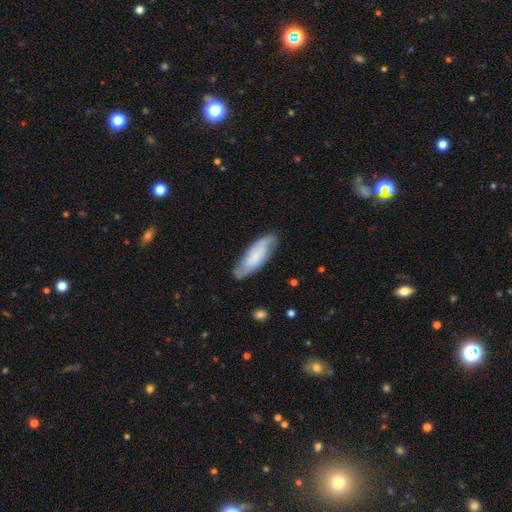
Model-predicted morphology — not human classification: Smooth or featured?
  - smooth: 55% *
  - featured or disk: 38%
  - star or artifact: 7%
How rounded?
  - in between: 57% *
  - cigar-shaped: 41%
  - round: 2%
Merging?
  - none: 78% *
  - minor disturbance: 17%
  - major disturbance: 4%
  - merger: 1%